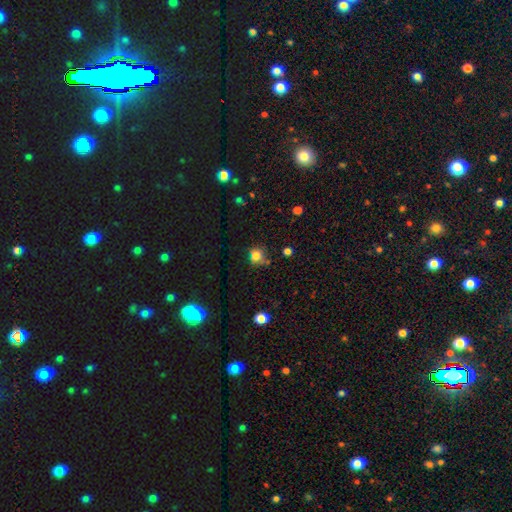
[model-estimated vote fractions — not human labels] This is likely a smooth galaxy (72%). How rounded: likely round (78%). Merging: likely none (65%).